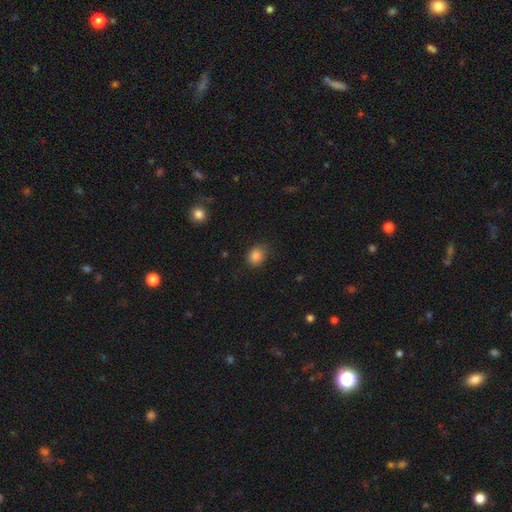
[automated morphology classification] This is clearly a smooth galaxy (86%). How rounded: possibly round (54%). Merging: likely none (74%).